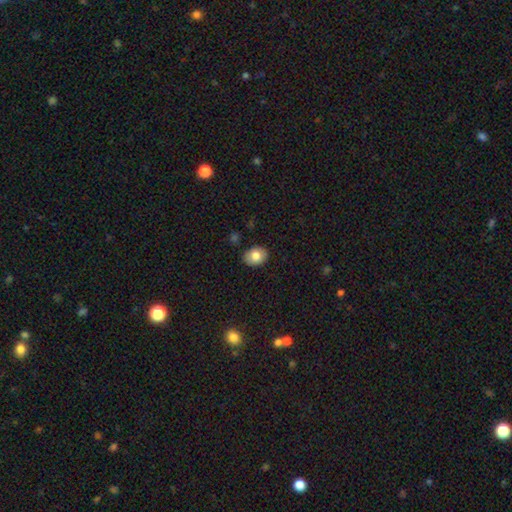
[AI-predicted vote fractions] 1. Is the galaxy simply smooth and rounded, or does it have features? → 79% smooth, 13% featured or disk, 8% star or artifact.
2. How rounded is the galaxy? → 56% in between, 43% round, 1% cigar-shaped.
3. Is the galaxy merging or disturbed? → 87% none, 9% minor disturbance, 2% major disturbance, 1% merger.